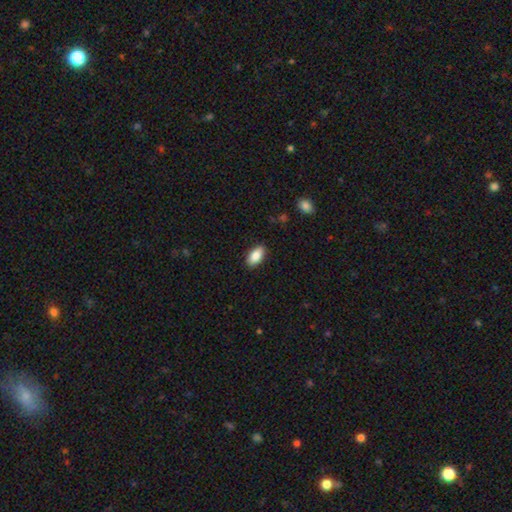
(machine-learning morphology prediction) type=smooth (87%); roundness=in between (93%); merging=none (89%).